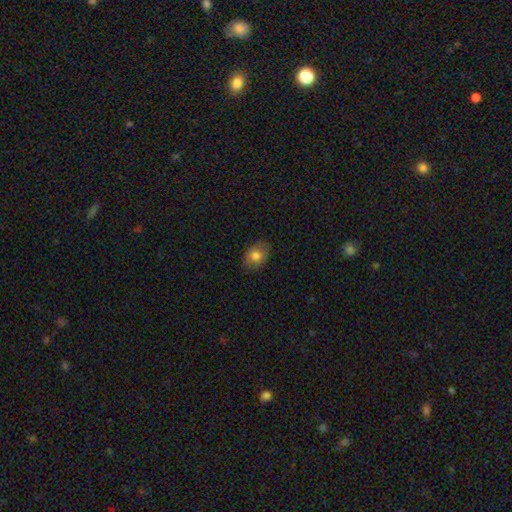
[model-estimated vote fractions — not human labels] The model was most divided on "how rounded": in between: 74%, round: 25%, cigar-shaped: 1%. More confident: merging — none (82%); smooth or featured — smooth (77%).